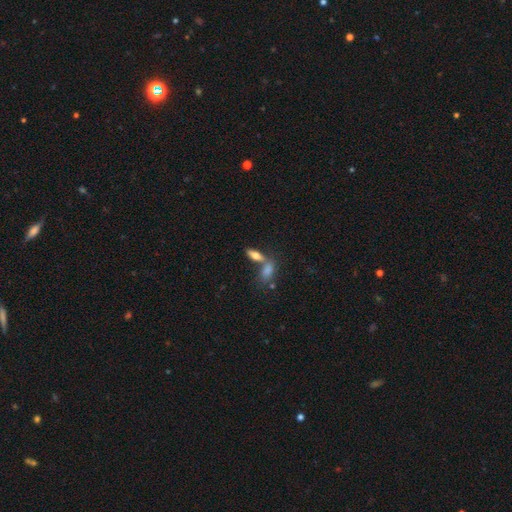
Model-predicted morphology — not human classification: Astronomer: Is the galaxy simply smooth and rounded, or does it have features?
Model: smooth — 69%.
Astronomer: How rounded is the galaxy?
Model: in between — 71%.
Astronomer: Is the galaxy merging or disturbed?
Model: none — 47% (runner-up: merger, 38%).